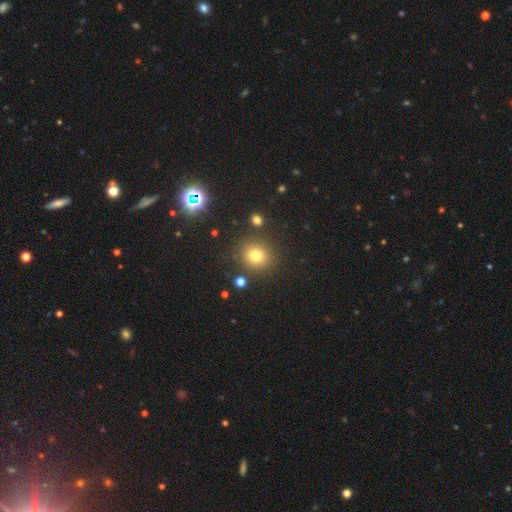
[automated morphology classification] smooth 74%, star or artifact 18%, featured or disk 8%. Down the decision tree: how rounded — round (89%); merging — none (86%).